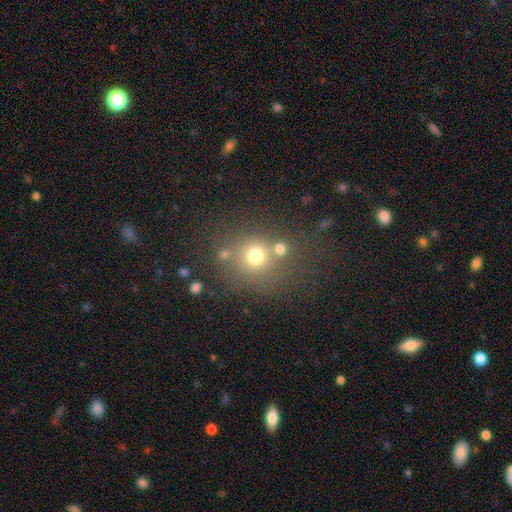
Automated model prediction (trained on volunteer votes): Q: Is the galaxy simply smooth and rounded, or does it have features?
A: smooth — 69%.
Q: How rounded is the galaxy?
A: round — 85%.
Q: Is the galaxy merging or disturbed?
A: none — 60%.